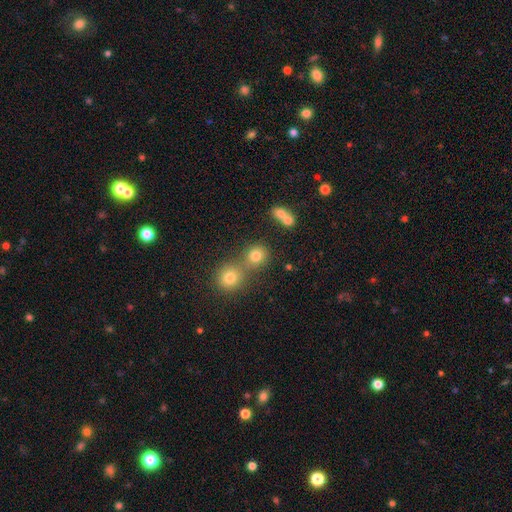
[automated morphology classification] A smooth galaxy with no disk features (78%) that is round (83%). Merging: none (51%).